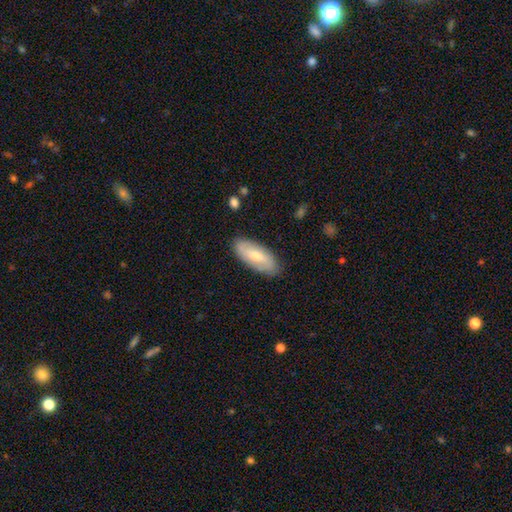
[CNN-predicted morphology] This is possibly a smooth galaxy (52%). How rounded: clearly in between (83%). Merging: clearly none (84%).